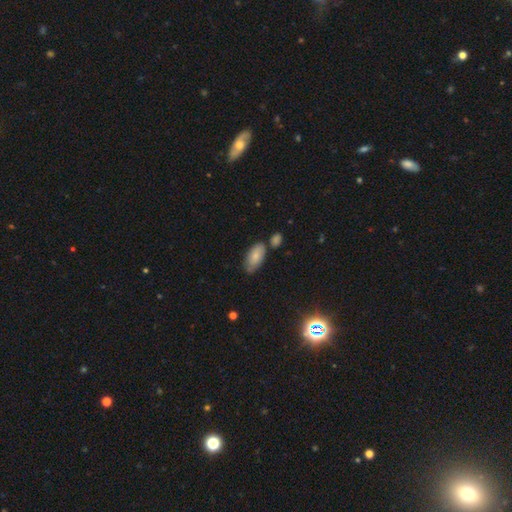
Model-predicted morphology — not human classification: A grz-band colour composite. It shows a smooth galaxy with no disk features (77%) that is in between round and cigar-shaped (93%). Merging: none (62%).